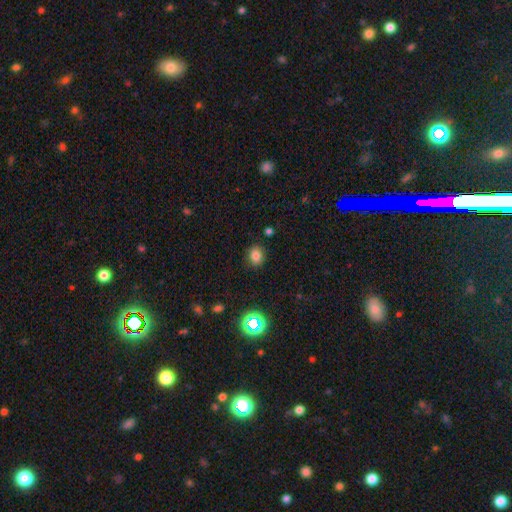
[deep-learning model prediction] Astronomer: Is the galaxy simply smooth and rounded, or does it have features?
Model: smooth — 78%.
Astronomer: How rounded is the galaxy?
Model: round — 56% (runner-up: in between, 43%).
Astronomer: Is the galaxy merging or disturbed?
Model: none — 86%.